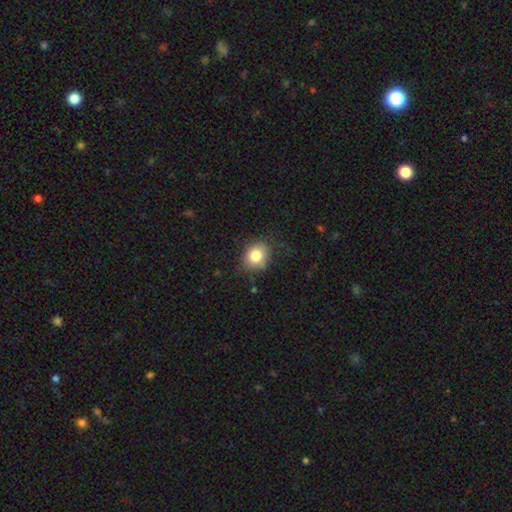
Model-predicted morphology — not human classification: Smooth or featured?
  - smooth: 82% *
  - star or artifact: 10%
  - featured or disk: 8%
How rounded?
  - round: 68% *
  - in between: 31%
  - cigar-shaped: 1%
Merging?
  - none: 72% *
  - minor disturbance: 20%
  - major disturbance: 6%
  - merger: 2%